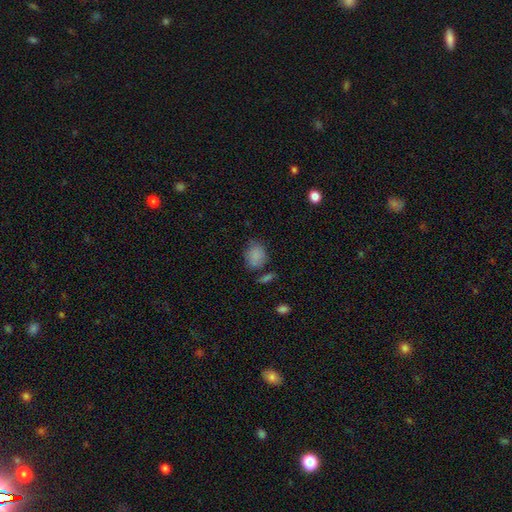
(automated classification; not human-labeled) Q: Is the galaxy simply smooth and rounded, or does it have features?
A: smooth — 84%.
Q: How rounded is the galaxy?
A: in between — 55%.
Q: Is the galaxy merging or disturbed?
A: none — 63%.